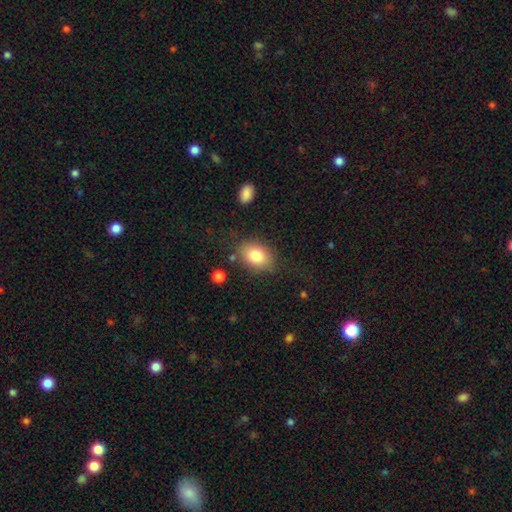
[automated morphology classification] A smooth galaxy with no disk features (82%) that is in between round and cigar-shaped (78%). Merging: none (78%).